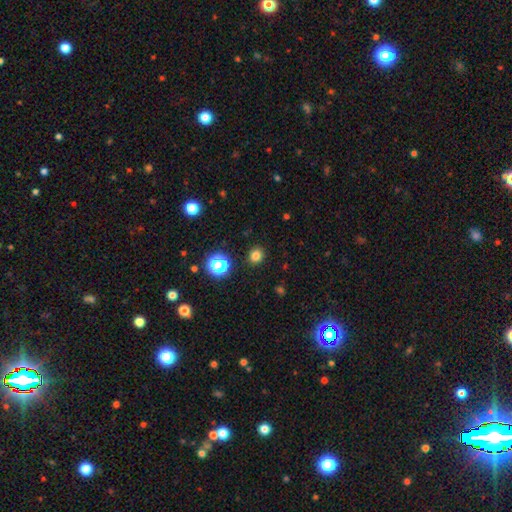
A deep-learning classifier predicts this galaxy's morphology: type=smooth (79%); roundness=round (82%); merging=none (91%).